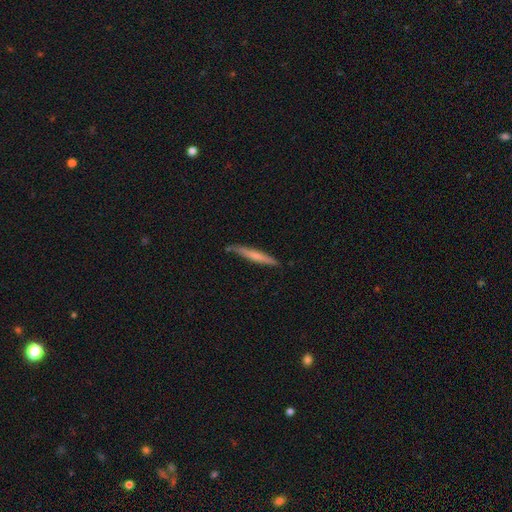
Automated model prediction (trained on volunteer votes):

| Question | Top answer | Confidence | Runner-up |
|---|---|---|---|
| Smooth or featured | smooth | 58% | featured or disk (37%) |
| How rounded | cigar-shaped | 96% | in between (3%) |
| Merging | none | 83% | minor disturbance (13%) |